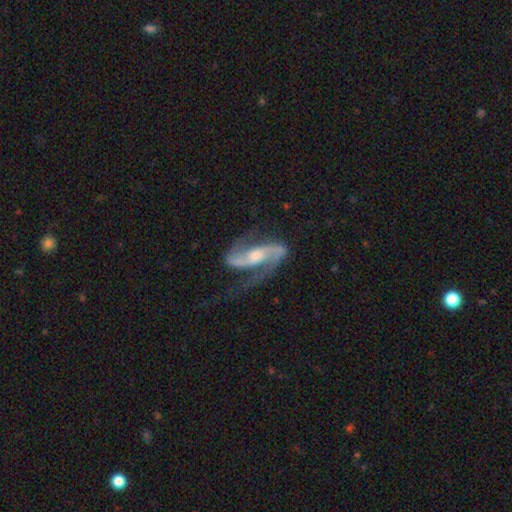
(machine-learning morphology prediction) A featured or disk galaxy (90%) with no bar (35%), 2 (92%) loose (47%) spiral arms (97%) and a moderate central bulge (53%). Merging: none (62%).